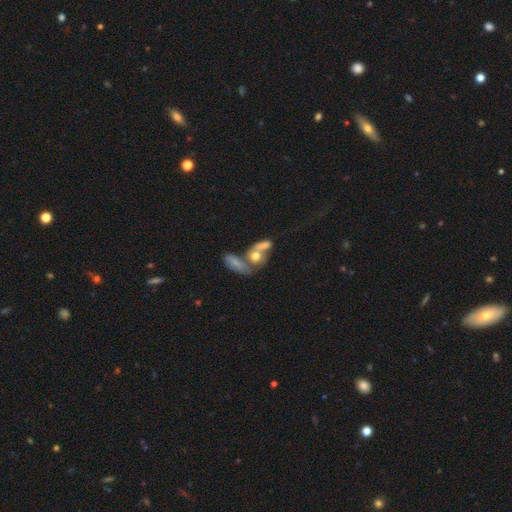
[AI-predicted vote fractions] smooth-or-featured: smooth: 64% | featured or disk: 24% | star or artifact: 12%
  how-rounded: in between: 58% | round: 36% | cigar-shaped: 6%
  merging: merger: 55% | none: 25% | minor disturbance: 10% | major disturbance: 9%